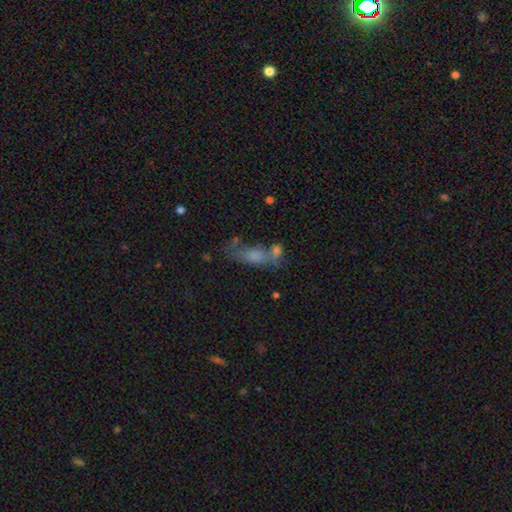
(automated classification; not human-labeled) A smooth galaxy with no disk features (59%) that is in between round and cigar-shaped (59%).

Vote fractions:
- Smooth or featured? smooth: 59% / featured or disk: 25% / star or artifact: 16%
- How rounded? in between: 59% / cigar-shaped: 35% / round: 6%
- Merging? none: 36% / merger: 32% / minor disturbance: 17% / major disturbance: 14%